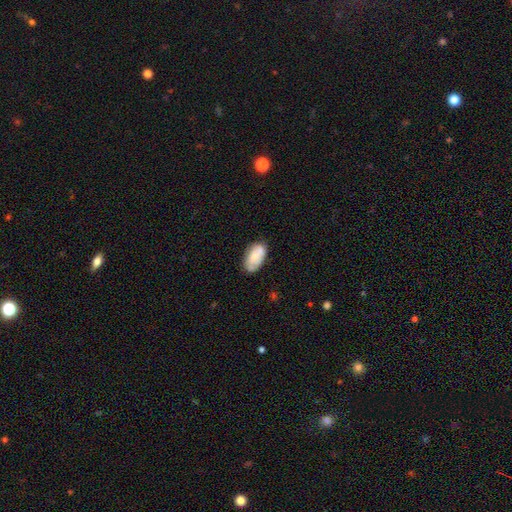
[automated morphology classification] The model was most divided on "smooth or featured": smooth: 67%, featured or disk: 26%, star or artifact: 7%. More confident: how rounded — in between (94%); merging — none (68%).